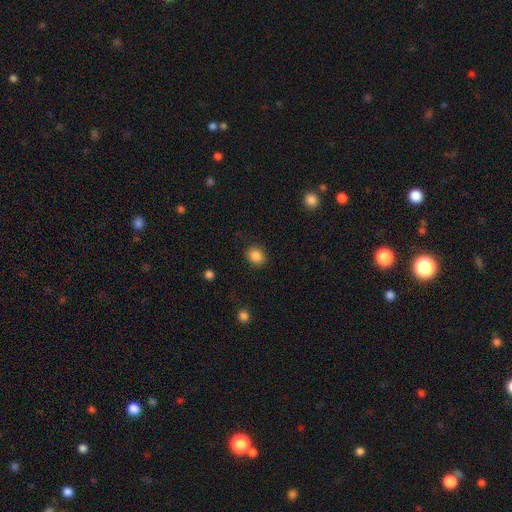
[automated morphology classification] This is clearly a smooth galaxy (86%). How rounded: likely round (61%). Merging: clearly none (87%).